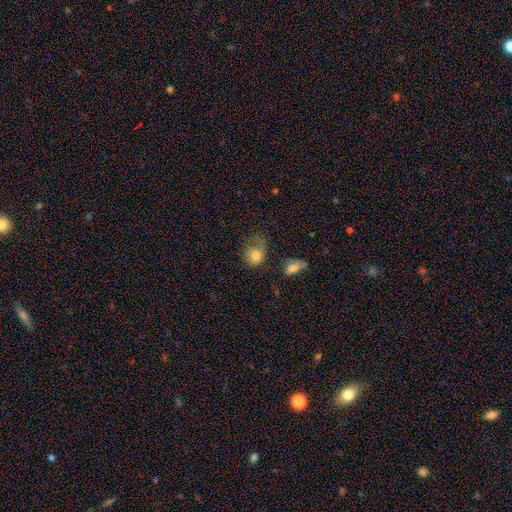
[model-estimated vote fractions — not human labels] Smooth or featured? Predicted: smooth (p=0.76). How rounded? Predicted: round (p=0.55). Merging? Predicted: major disturbance (p=0.34).